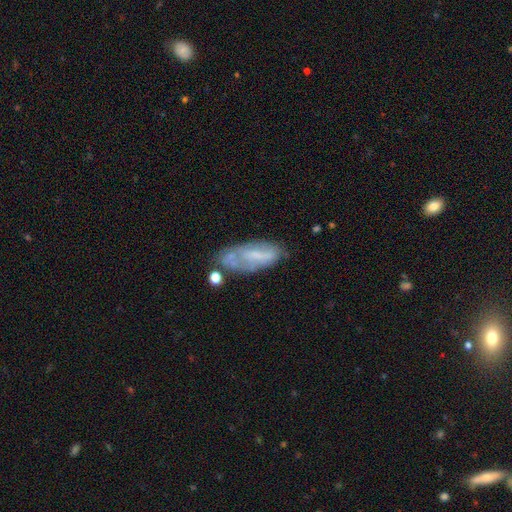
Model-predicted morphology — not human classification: Smooth or featured?
  - featured or disk: 50% *
  - smooth: 42%
  - star or artifact: 8%
Merging?
  - none: 49% *
  - minor disturbance: 27%
  - major disturbance: 14%
  - merger: 10%